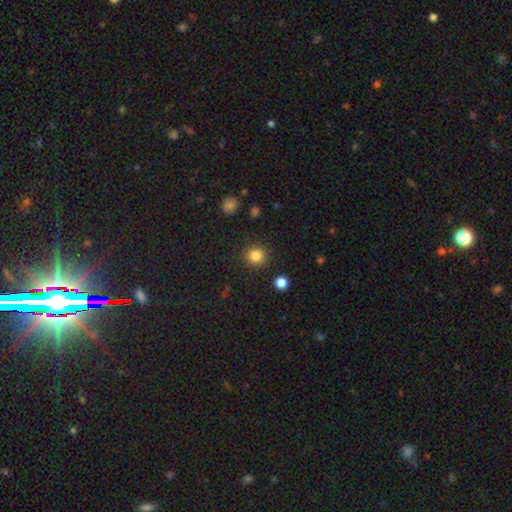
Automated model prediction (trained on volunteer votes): Morphology: type=smooth (85%); roundness=round (93%); merging=none (91%).